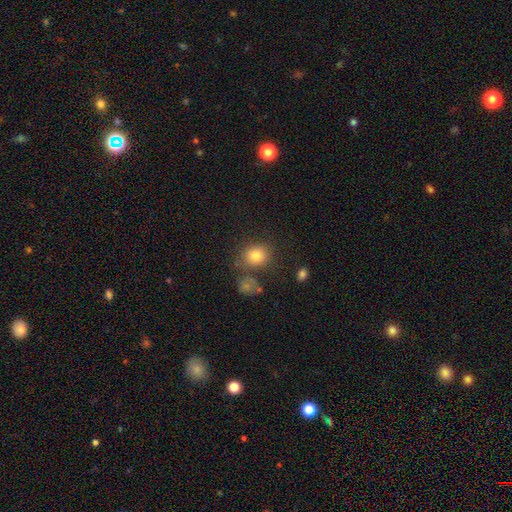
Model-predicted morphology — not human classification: Smooth or featured?
  - smooth: 81% *
  - star or artifact: 11%
  - featured or disk: 8%
How rounded?
  - round: 66% *
  - in between: 33%
  - cigar-shaped: 1%
Merging?
  - none: 68% *
  - minor disturbance: 15%
  - merger: 11%
  - major disturbance: 6%